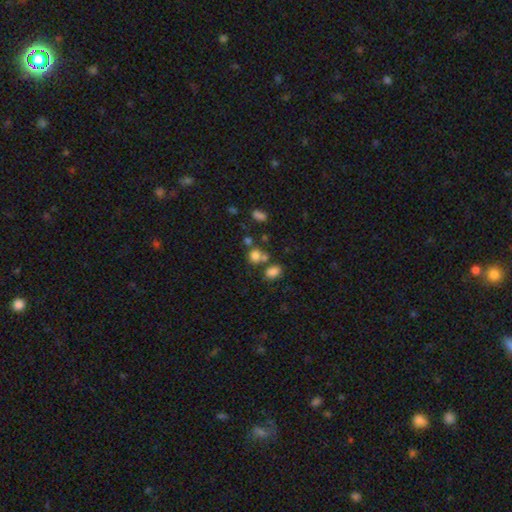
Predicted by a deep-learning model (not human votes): smooth-or-featured: smooth: 77% | star or artifact: 15% | featured or disk: 8%
  how-rounded: round: 72% | in between: 27% | cigar-shaped: 1%
  merging: none: 53% | merger: 31% | minor disturbance: 11% | major disturbance: 5%